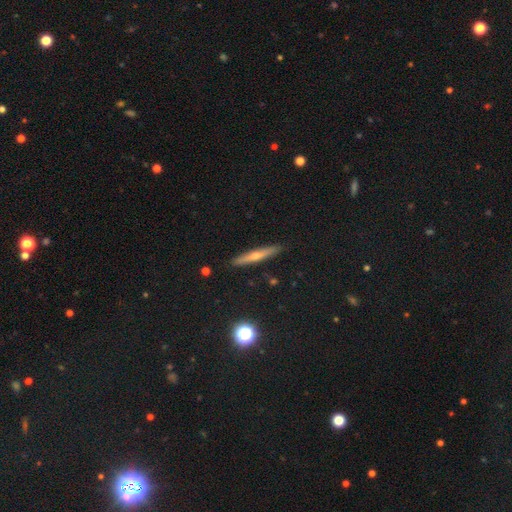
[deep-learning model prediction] featured or disk 52%, smooth 39%, star or artifact 9%. Down the decision tree: edge-on disk — yes (95%); merging — none (90%).